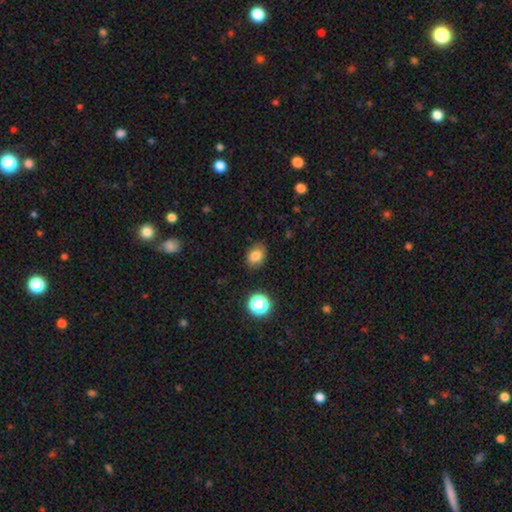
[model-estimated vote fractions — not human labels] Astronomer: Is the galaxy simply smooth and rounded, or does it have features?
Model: smooth — 81%.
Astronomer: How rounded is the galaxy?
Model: in between — 66%.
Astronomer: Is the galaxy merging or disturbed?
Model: none — 84%.